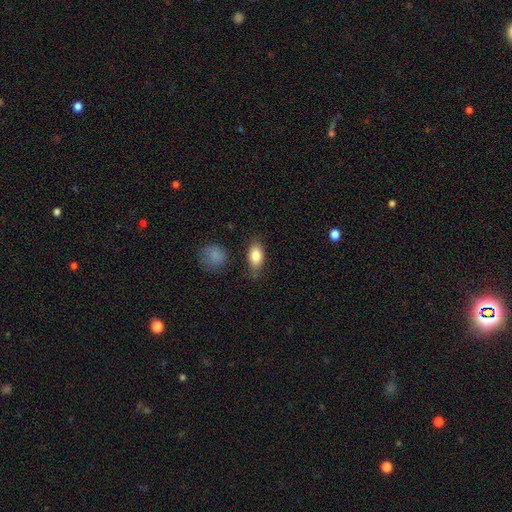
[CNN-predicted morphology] The model was most divided on "merging": none: 75%, minor disturbance: 18%, major disturbance: 4%, merger: 3%. More confident: how rounded — in between (88%); smooth or featured — smooth (84%).